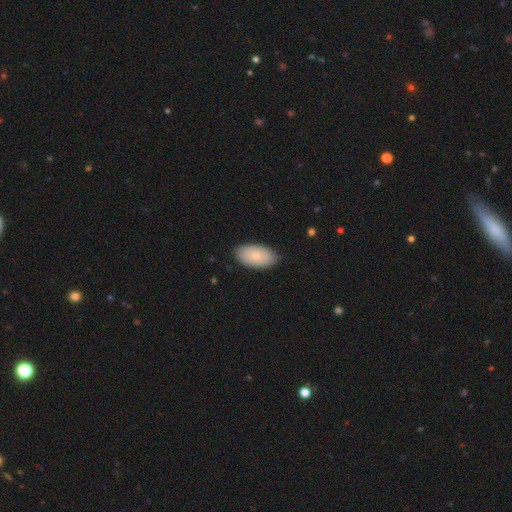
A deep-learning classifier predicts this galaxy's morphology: A smooth galaxy with no disk features (74%) that is in between round and cigar-shaped (95%).

Vote fractions:
- Smooth or featured? smooth: 74% / featured or disk: 20% / star or artifact: 6%
- How rounded? in between: 95% / round: 3% / cigar-shaped: 2%
- Merging? none: 83% / minor disturbance: 14% / major disturbance: 2% / merger: 1%